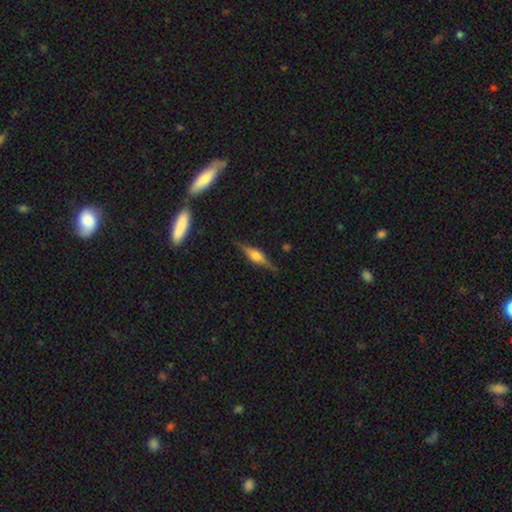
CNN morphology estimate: Smooth or featured: featured or disk — 77% (smooth — 16%)
Edge-on disk: yes — 97% (no — 3%)
Edge-on bulge: rounded — 85% (boxy — 13%)
Merging: none — 86% (minor disturbance — 10%)